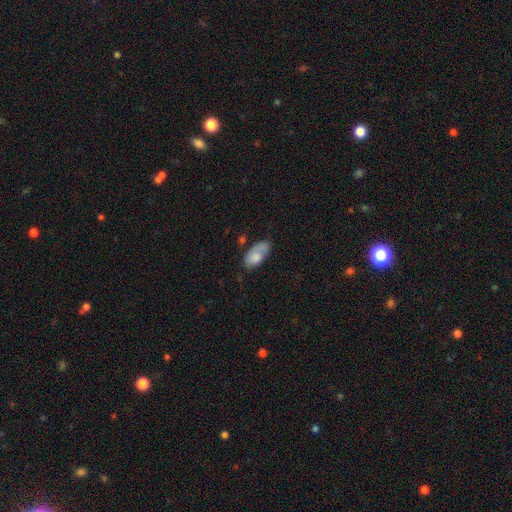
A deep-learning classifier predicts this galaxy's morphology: Q: Smooth or featured?
A: smooth (75%); runner-up: featured or disk (18%)
Q: How rounded?
A: in between (92%); runner-up: cigar-shaped (4%)
Q: Merging?
A: none (46%); runner-up: minor disturbance (32%)